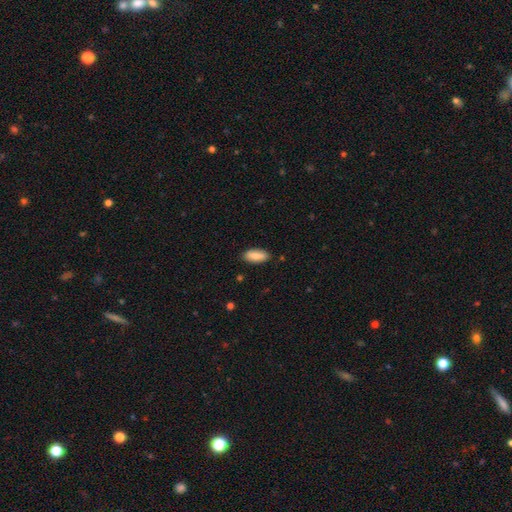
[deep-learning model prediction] This appears to be a smooth galaxy with no disk features (85%) that is in between round and cigar-shaped (83%). Merging: none (86%).